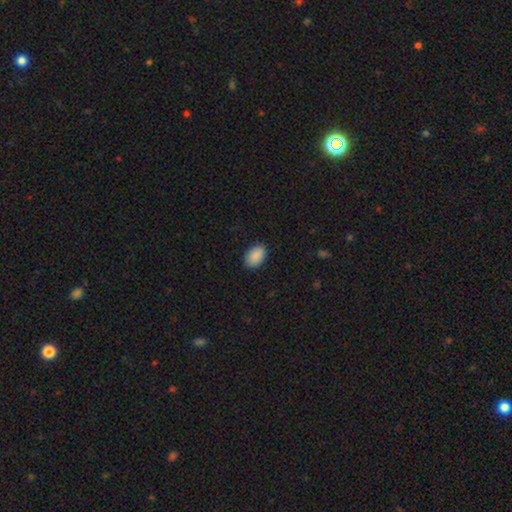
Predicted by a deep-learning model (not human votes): smooth-or-featured: smooth: 91% | star or artifact: 6% | featured or disk: 3%
  how-rounded: in between: 89% | round: 10% | cigar-shaped: 1%
  merging: none: 88% | minor disturbance: 9% | major disturbance: 2% | merger: 1%